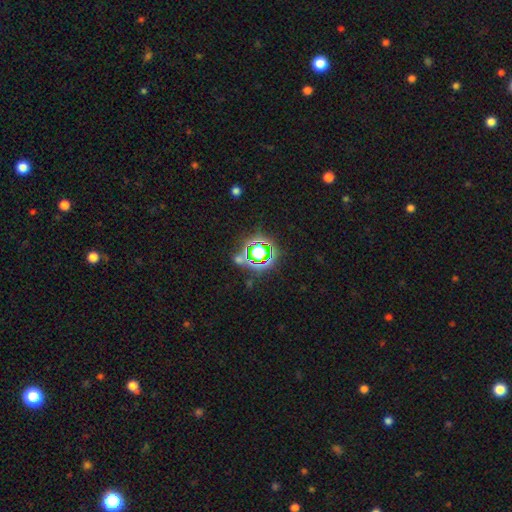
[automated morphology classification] Smooth or featured?
  - star or artifact: 76% *
  - smooth: 16%
  - featured or disk: 7%